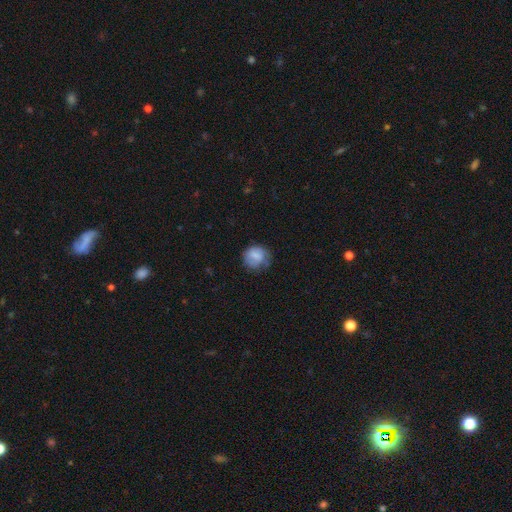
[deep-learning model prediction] A smooth galaxy with no disk features (72%) that is round (77%).

Vote fractions:
- Smooth or featured? smooth: 72% / featured or disk: 20% / star or artifact: 8%
- How rounded? round: 77% / in between: 22% / cigar-shaped: 1%
- Merging? none: 57% / minor disturbance: 28% / major disturbance: 13% / merger: 2%